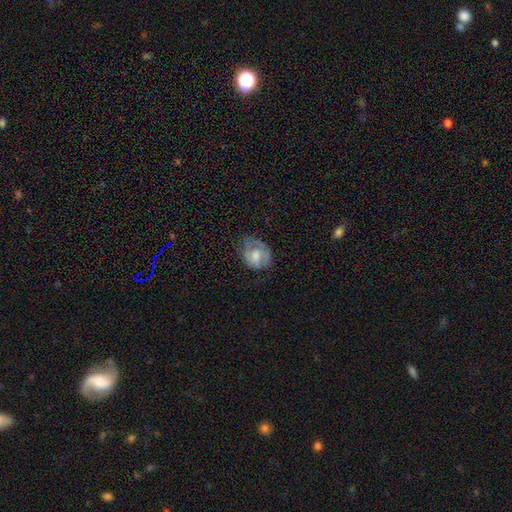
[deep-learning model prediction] Q: Smooth or featured?
A: smooth (50%); runner-up: featured or disk (42%)
Q: Merging?
A: none (50%); runner-up: minor disturbance (30%)